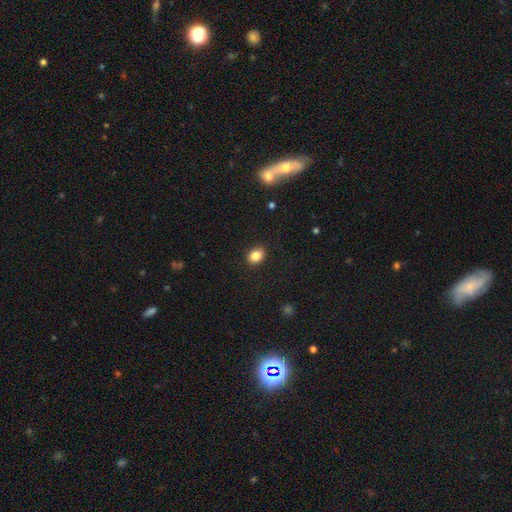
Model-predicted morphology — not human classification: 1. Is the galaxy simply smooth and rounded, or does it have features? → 84% smooth, 10% star or artifact, 6% featured or disk.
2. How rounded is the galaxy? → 59% in between, 40% round, 1% cigar-shaped.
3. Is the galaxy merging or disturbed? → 89% none, 8% minor disturbance, 2% major disturbance, 1% merger.